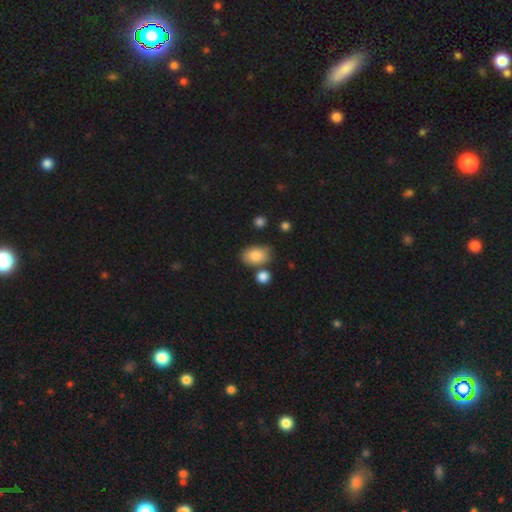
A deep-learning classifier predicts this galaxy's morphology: Overall: smooth (85%). How rounded: in between (84%). Merging: none (68%).